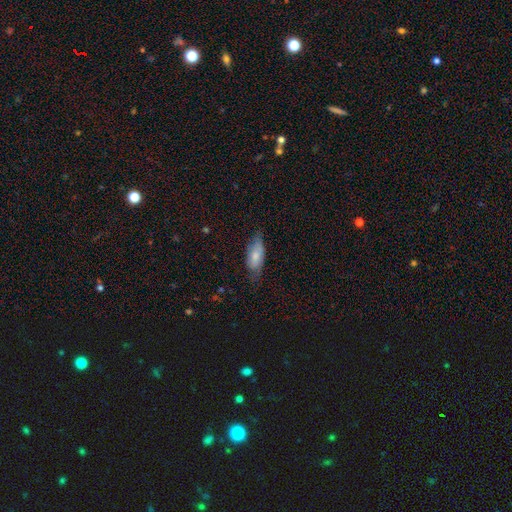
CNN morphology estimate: A smooth galaxy with no disk features (72%) that is in between round and cigar-shaped (82%). Merging: none (62%).